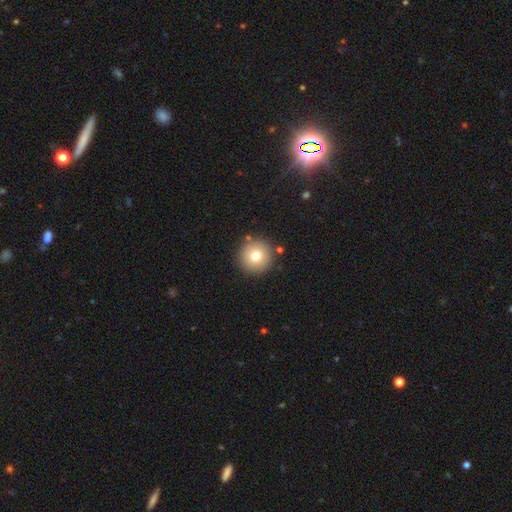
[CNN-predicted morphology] Smooth or featured? Predicted: smooth (p=0.76). How rounded? Predicted: round (p=0.96). Merging? Predicted: none (p=0.88).